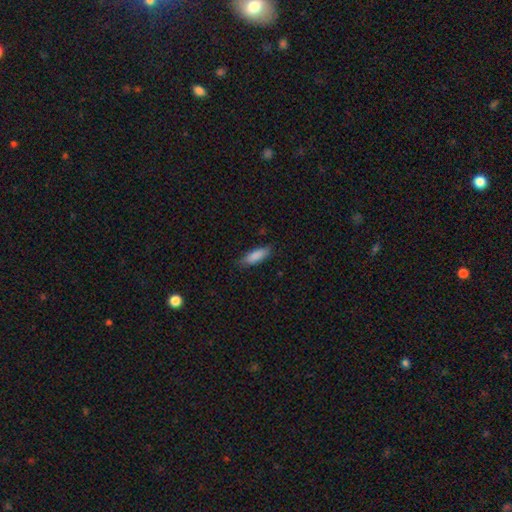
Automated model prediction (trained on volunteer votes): Smooth or featured: smooth — 88% (featured or disk — 6%)
How rounded: in between — 59% (cigar-shaped — 39%)
Merging: none — 82% (minor disturbance — 14%)